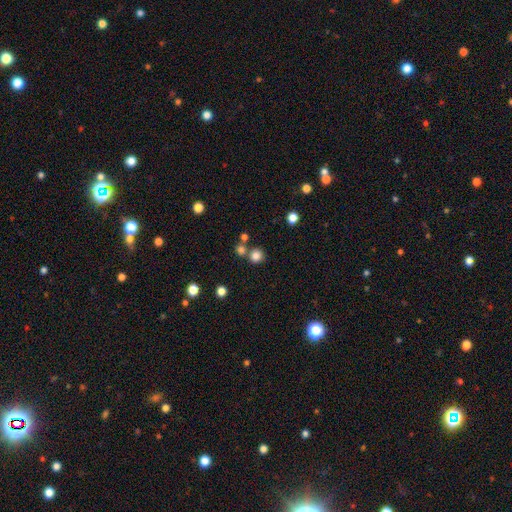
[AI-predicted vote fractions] smooth-or-featured: smooth: 81% | star or artifact: 14% | featured or disk: 6%
  how-rounded: round: 91% | in between: 8% | cigar-shaped: 1%
  merging: none: 71% | merger: 19% | minor disturbance: 7% | major disturbance: 3%